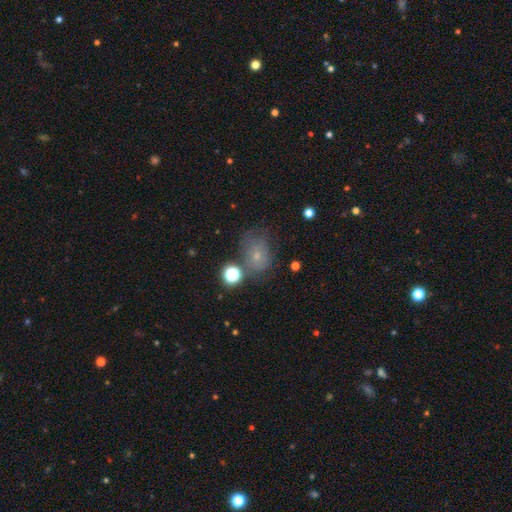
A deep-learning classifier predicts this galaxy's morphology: This is possibly a smooth galaxy (51%). How rounded: possibly in between (52%). Merging: possibly none (58%).